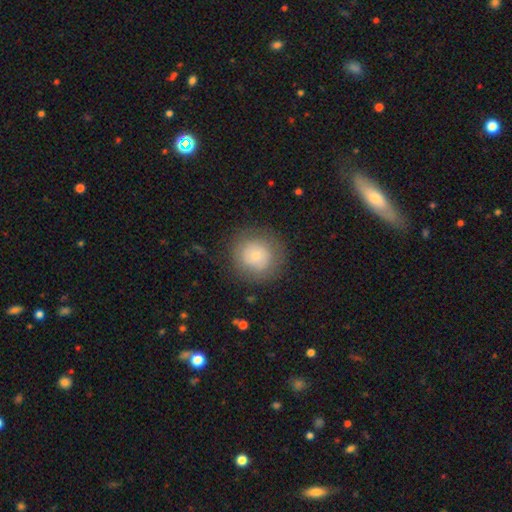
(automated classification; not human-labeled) A smooth galaxy with no disk features (70%) that is round (93%). Merging: none (82%).